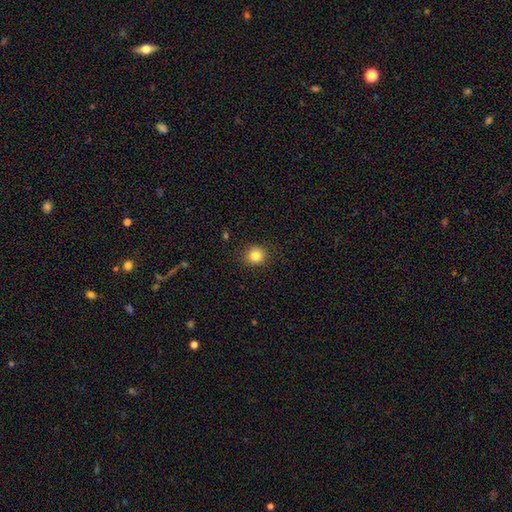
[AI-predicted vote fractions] This appears to be a smooth galaxy with no disk features (83%) that is round (88%). Merging: none (90%).